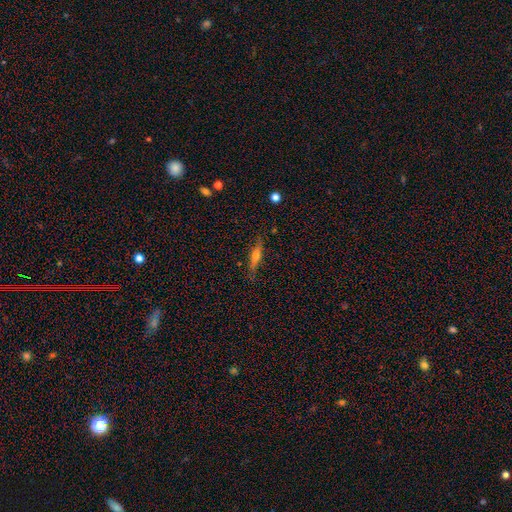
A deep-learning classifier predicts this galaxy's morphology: The model was most divided on "smooth or featured": featured or disk: 53%, smooth: 40%, star or artifact: 7%. More confident: edge-on disk — yes (94%); merging — none (82%).